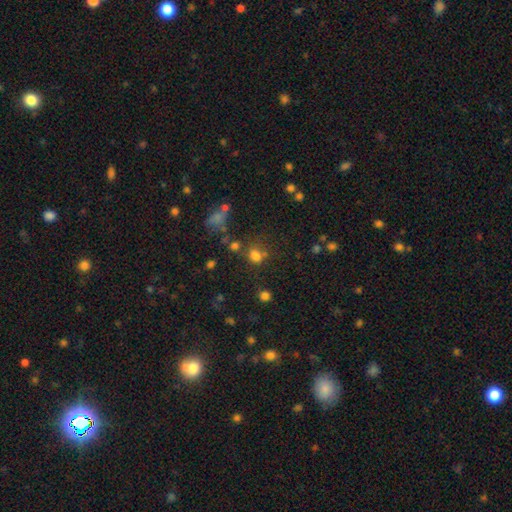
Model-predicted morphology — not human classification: This is likely a smooth galaxy (69%). How rounded: possibly round (57%). Merging: possibly none (55%).